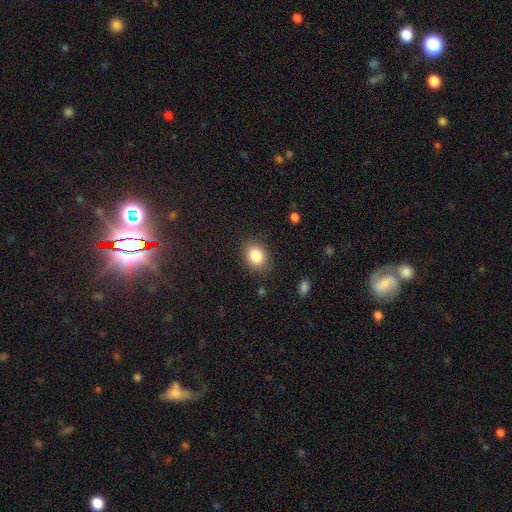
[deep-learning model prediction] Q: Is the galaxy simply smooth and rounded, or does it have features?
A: smooth — 85%.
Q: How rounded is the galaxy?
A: in between — 55%.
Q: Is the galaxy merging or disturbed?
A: none — 84%.